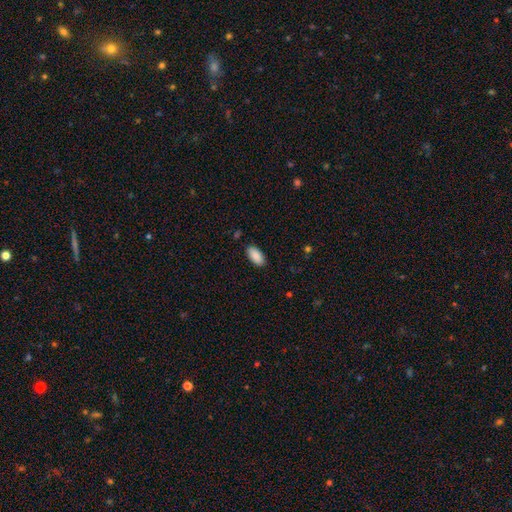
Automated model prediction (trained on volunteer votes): This appears to be a smooth galaxy with no disk features (90%) that is in between round and cigar-shaped (93%). Merging: none (88%).